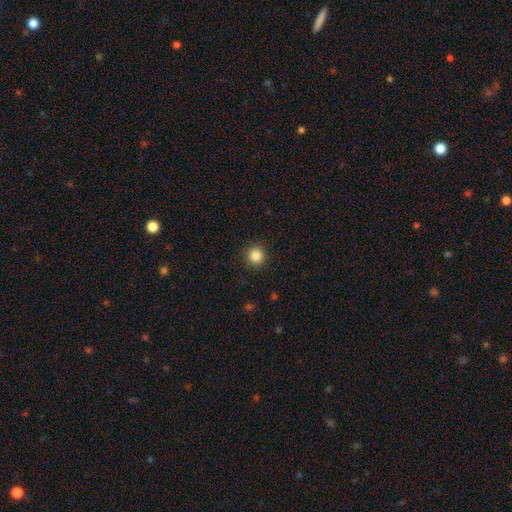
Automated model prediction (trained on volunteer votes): Smooth or featured? smooth (86%)
How rounded? round (94%)
Merging? none (91%)